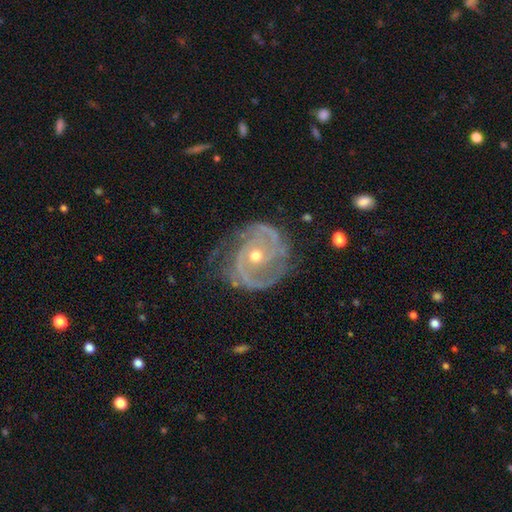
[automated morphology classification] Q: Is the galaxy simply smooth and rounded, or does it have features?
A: featured or disk — 90%.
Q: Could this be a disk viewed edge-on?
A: no — 97%.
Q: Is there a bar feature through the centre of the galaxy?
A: no — 71%.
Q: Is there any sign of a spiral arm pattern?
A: yes — 96%.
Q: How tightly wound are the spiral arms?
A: tight — 54%.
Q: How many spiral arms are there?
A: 2 — 50%.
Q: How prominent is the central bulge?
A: moderate — 61%.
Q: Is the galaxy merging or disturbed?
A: none — 63%.